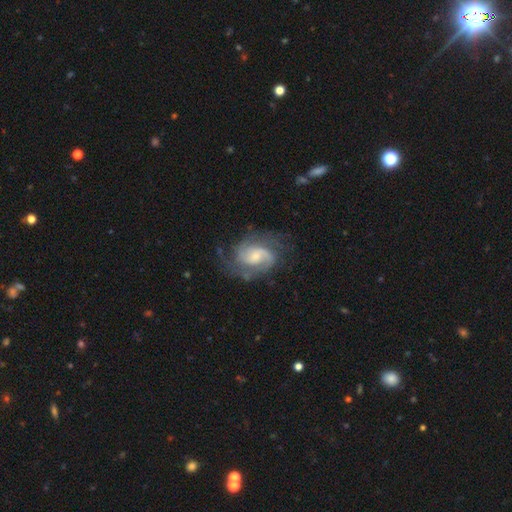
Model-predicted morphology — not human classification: smooth-or-featured: featured or disk: 84% | smooth: 10% | star or artifact: 6%
  disk-edge-on: no: 98% | yes: 2%
    bar: no: 52% | weak: 41% | strong: 7%
    has-spiral-arms: yes: 96% | no: 4%
      spiral-winding: medium: 48% | tight: 34% | loose: 17%
      spiral-arm-count: 2: 61% | can't tell: 15% | 3: 13% | 1: 5% | 4: 3% | more than 4: 3%
    bulge-size: small: 53% | moderate: 36% | none: 5% | large: 5% | dominant: 1%
  merging: none: 65% | minor disturbance: 20% | major disturbance: 14% | merger: 2%